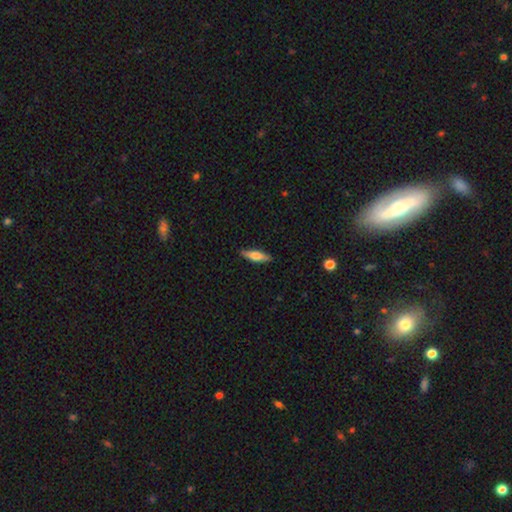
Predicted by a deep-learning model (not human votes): smooth 56%, featured or disk 38%, star or artifact 6%. Down the decision tree: how rounded — cigar-shaped (65%); merging — none (89%).